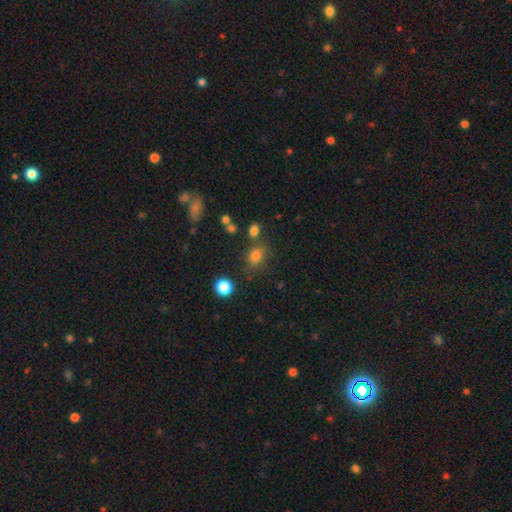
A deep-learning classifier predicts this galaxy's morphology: smooth-or-featured: smooth: 78% | star or artifact: 15% | featured or disk: 7%
  how-rounded: round: 51% | in between: 48% | cigar-shaped: 1%
  merging: none: 71% | minor disturbance: 15% | merger: 9% | major disturbance: 5%